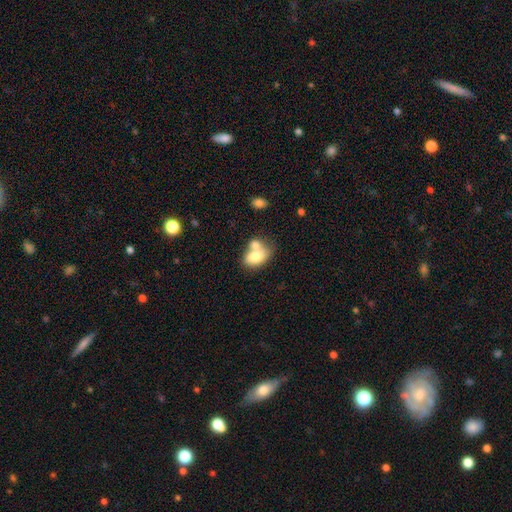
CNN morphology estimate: smooth_or_featured: smooth (p=0.76) [alt: featured or disk p=0.17]
how_rounded: in between (p=0.84) [alt: round p=0.15]
merging: merger (p=0.52) [alt: none p=0.30]